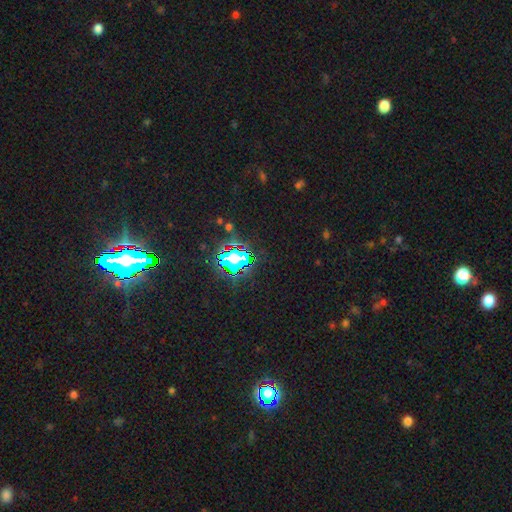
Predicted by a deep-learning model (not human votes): Smooth or featured? star or artifact (83%)